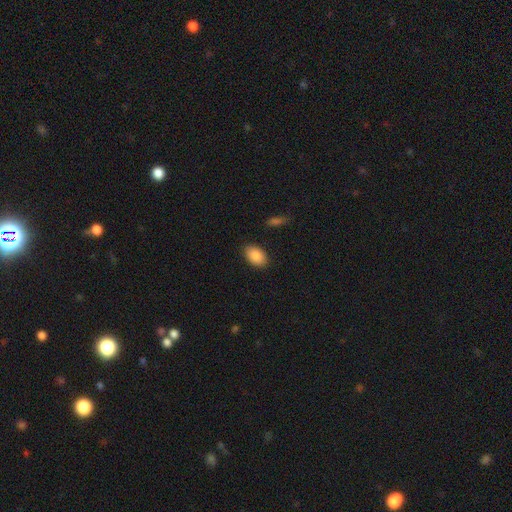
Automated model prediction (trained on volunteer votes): smooth_or_featured: smooth (p=0.88) [alt: star or artifact p=0.07]
how_rounded: in between (p=0.89) [alt: round p=0.09]
merging: none (p=0.87) [alt: minor disturbance p=0.09]